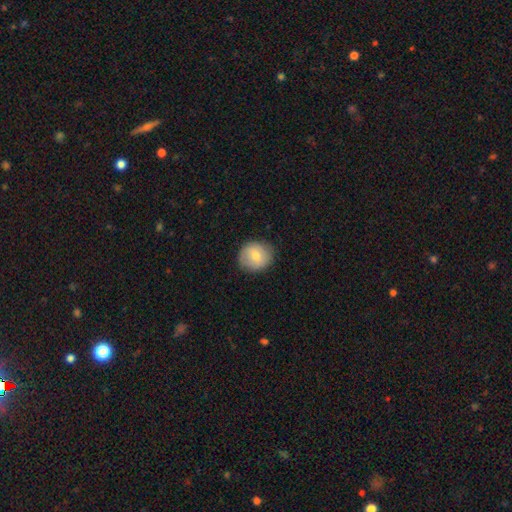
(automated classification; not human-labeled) A smooth galaxy with no disk features (74%) that is round (79%). Merging: none (85%).